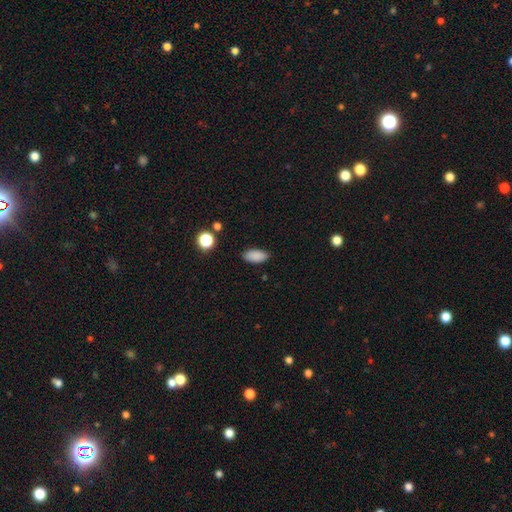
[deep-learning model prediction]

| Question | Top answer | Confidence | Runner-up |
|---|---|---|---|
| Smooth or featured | smooth | 87% | star or artifact (9%) |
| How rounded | in between | 91% | cigar-shaped (6%) |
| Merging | none | 86% | minor disturbance (10%) |